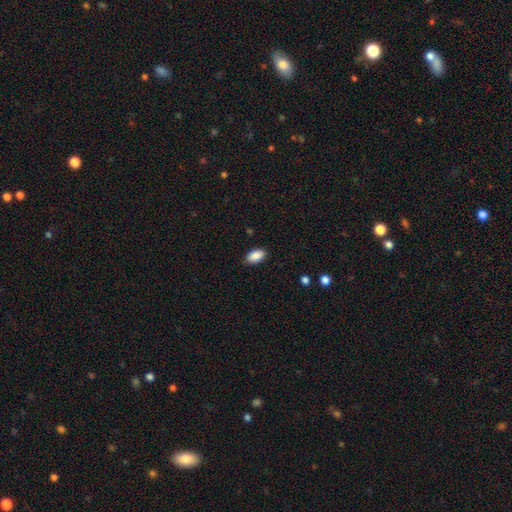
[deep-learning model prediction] Smooth or featured: smooth — 88% (star or artifact — 7%)
How rounded: in between — 93% (round — 5%)
Merging: none — 85% (minor disturbance — 11%)